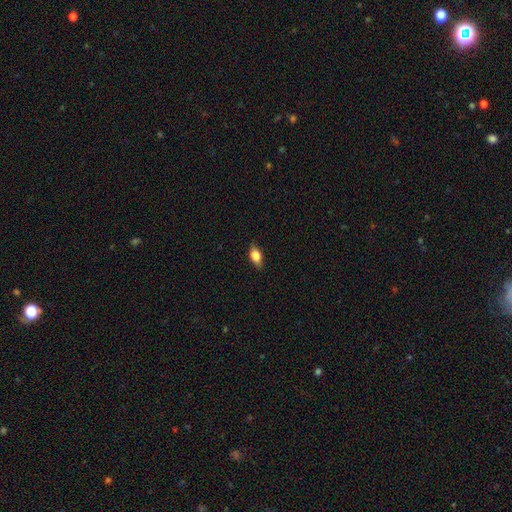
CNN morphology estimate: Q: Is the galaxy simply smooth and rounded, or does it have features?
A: smooth — 79%.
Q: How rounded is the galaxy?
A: in between — 85%.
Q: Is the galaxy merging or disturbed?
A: none — 81%.